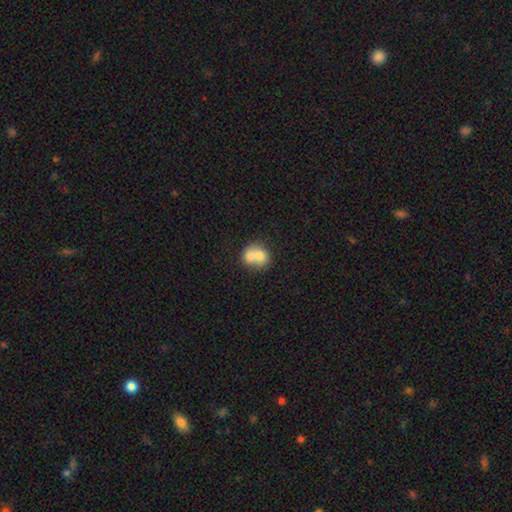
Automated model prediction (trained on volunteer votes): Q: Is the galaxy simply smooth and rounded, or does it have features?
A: smooth — 69%.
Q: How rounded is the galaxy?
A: round — 65%.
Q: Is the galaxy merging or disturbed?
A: merger — 65%.